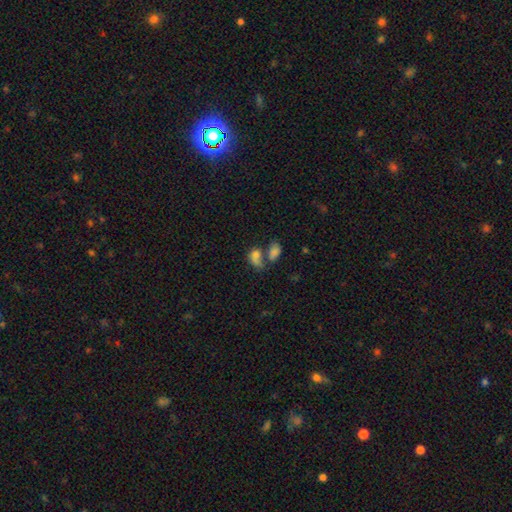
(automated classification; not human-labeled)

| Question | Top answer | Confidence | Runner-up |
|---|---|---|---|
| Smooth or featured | smooth | 75% | featured or disk (13%) |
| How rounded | in between | 76% | round (21%) |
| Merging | merger | 56% | none (22%) |